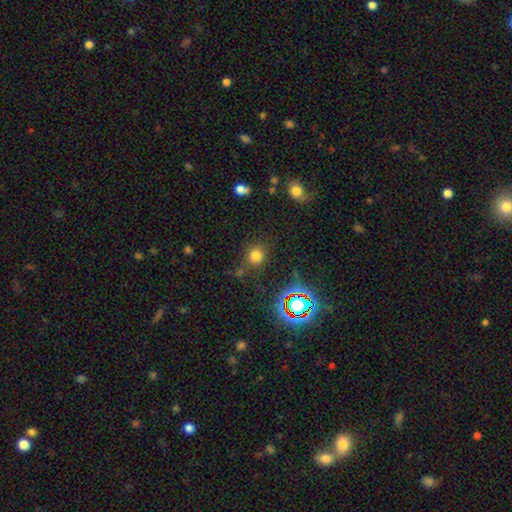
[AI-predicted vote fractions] Smooth or featured: smooth — 72% (star or artifact — 21%)
How rounded: round — 84% (in between — 15%)
Merging: none — 77% (minor disturbance — 12%)